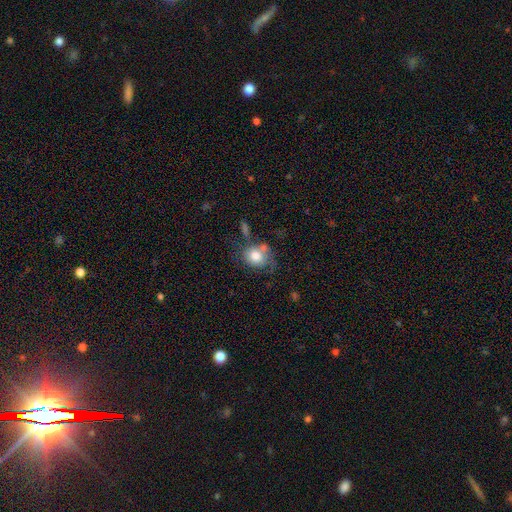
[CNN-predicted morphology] Q: Smooth or featured?
A: smooth (77%); runner-up: featured or disk (15%)
Q: How rounded?
A: round (61%); runner-up: in between (38%)
Q: Merging?
A: none (46%); runner-up: minor disturbance (23%)